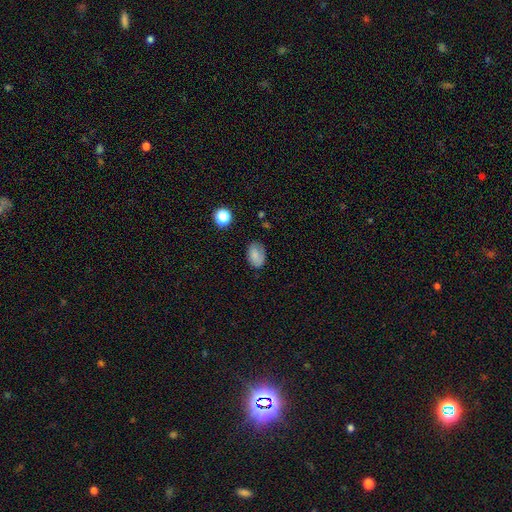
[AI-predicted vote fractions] Smooth or featured? Predicted: smooth (p=0.78). How rounded? Predicted: in between (p=0.82). Merging? Predicted: none (p=0.72).